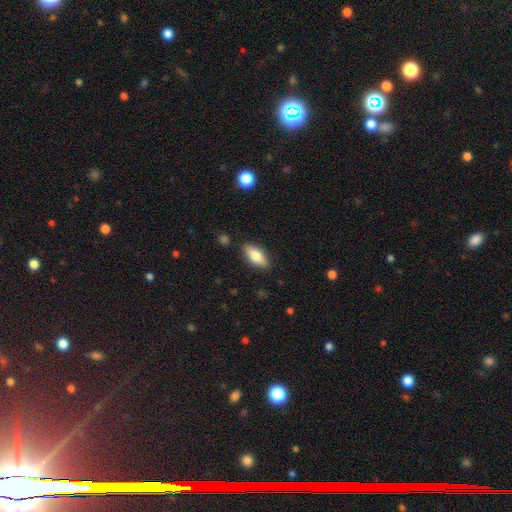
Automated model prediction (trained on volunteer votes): Overall: smooth (74%). How rounded: in between (79%). Merging: none (86%).